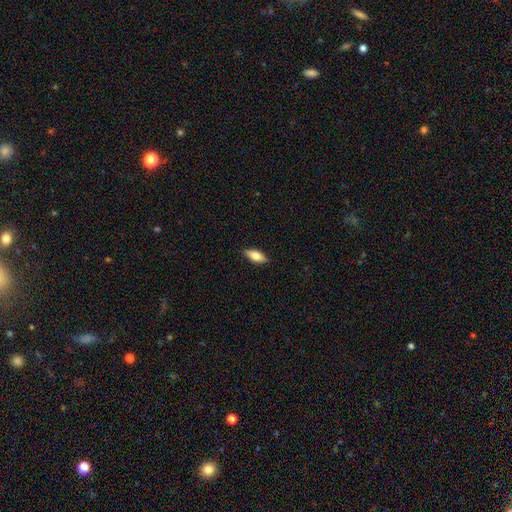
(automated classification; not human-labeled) A smooth galaxy with no disk features (61%) that is in between round and cigar-shaped (71%).

Vote fractions:
- Smooth or featured? smooth: 61% / featured or disk: 32% / star or artifact: 7%
- How rounded? in between: 71% / cigar-shaped: 26% / round: 3%
- Merging? none: 88% / minor disturbance: 9% / major disturbance: 2% / merger: 1%